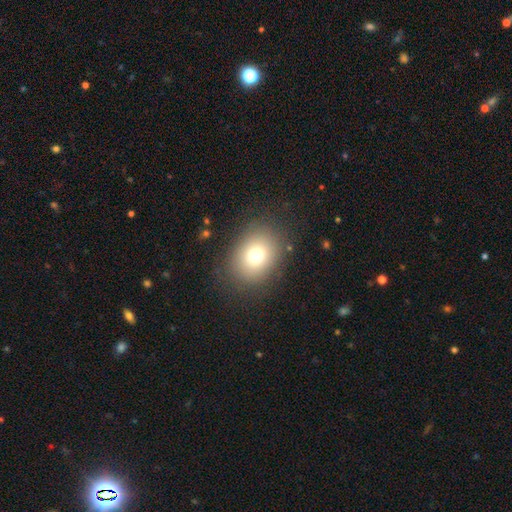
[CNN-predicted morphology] Overall: smooth (74%). How rounded: round (50%; in between 49%). Merging: none (83%).